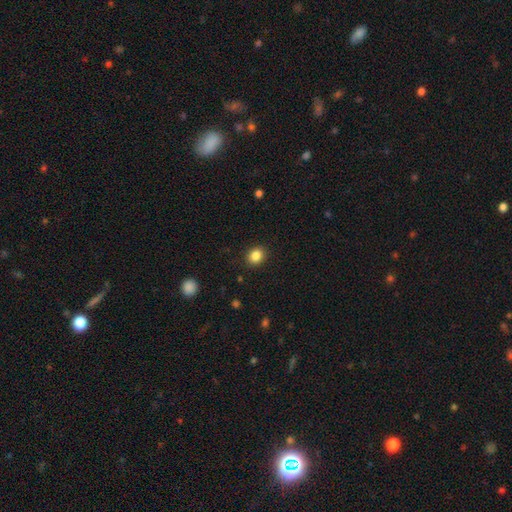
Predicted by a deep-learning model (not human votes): Q: Smooth or featured?
A: smooth (86%); runner-up: star or artifact (10%)
Q: How rounded?
A: round (66%); runner-up: in between (33%)
Q: Merging?
A: none (90%); runner-up: minor disturbance (7%)